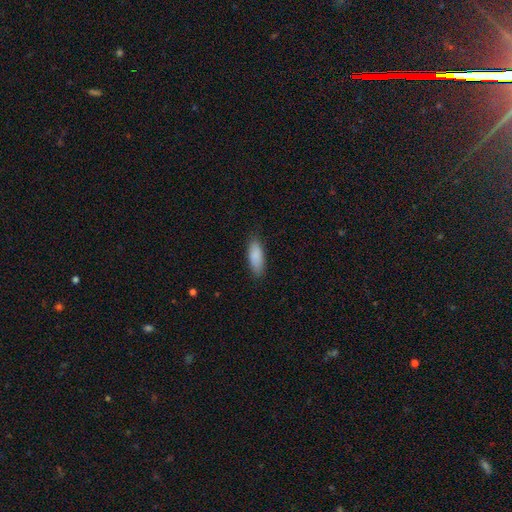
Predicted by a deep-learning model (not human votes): The model was most divided on "how rounded": in between: 73%, cigar-shaped: 26%, round: 2%. More confident: smooth or featured — smooth (89%); merging — none (83%).